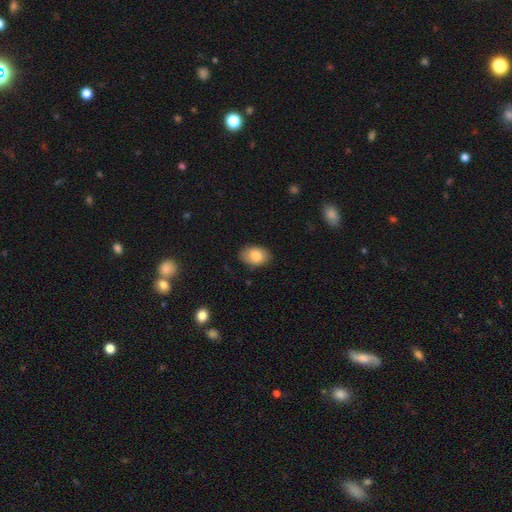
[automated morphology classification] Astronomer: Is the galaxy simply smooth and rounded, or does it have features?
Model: smooth — 83%.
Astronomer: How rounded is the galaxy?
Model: in between — 81%.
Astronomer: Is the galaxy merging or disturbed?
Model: none — 85%.